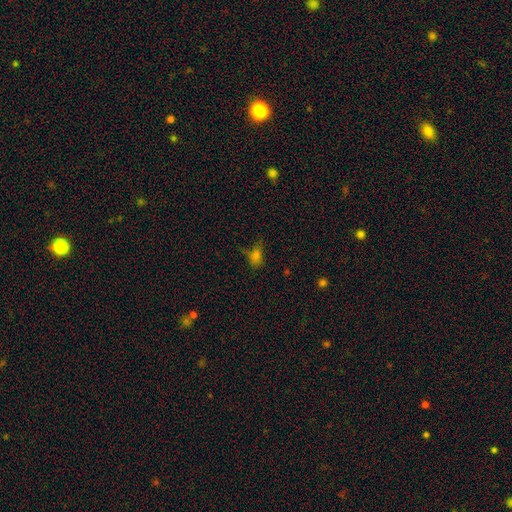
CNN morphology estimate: Smooth or featured? smooth (70%)
How rounded? in between (74%)
Merging? none (57%)